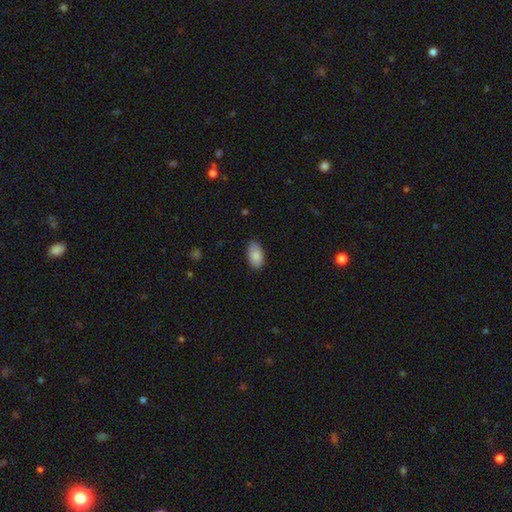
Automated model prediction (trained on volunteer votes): smooth 88%, star or artifact 6%, featured or disk 5%. Down the decision tree: how rounded — in between (94%); merging — none (86%).